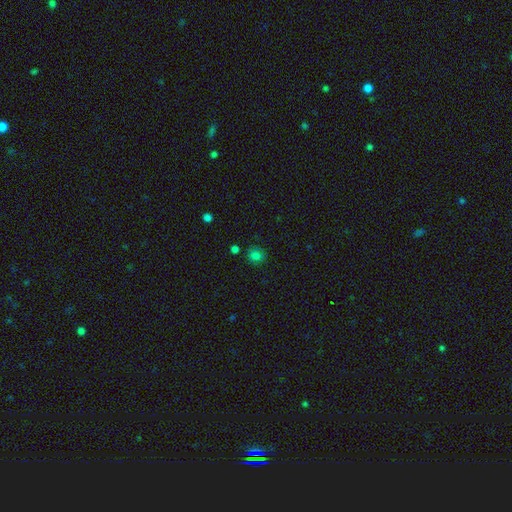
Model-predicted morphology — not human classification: This appears to be a smooth galaxy with no disk features (80%) that is round (79%). Merging: none (83%).